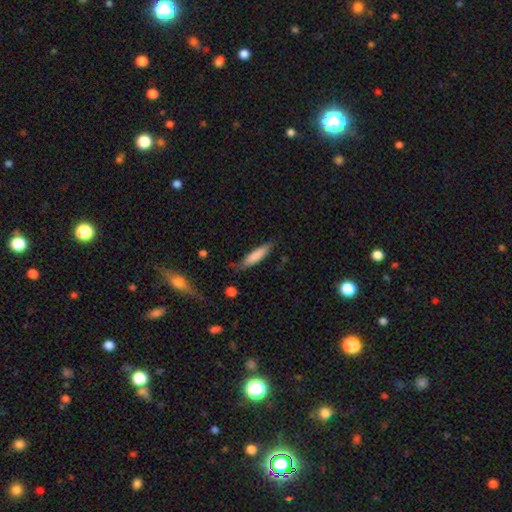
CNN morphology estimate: A smooth galaxy with no disk features (79%) that is cigar-shaped (79%).

Vote fractions:
- Smooth or featured? smooth: 79% / featured or disk: 15% / star or artifact: 6%
- How rounded? cigar-shaped: 79% / in between: 20% / round: 1%
- Merging? none: 71% / minor disturbance: 21% / major disturbance: 5% / merger: 2%